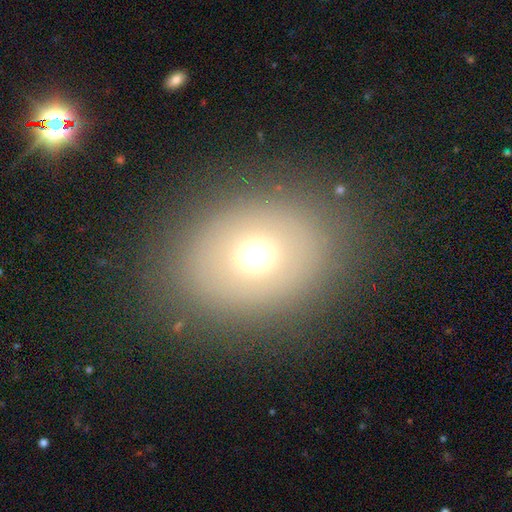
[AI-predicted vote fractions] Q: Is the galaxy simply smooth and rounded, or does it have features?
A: smooth — 63%.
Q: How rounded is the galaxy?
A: in between — 51%.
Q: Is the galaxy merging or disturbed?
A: none — 85%.